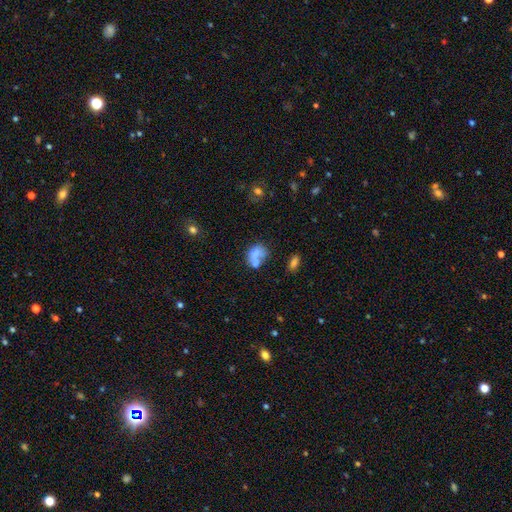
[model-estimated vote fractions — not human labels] smooth_or_featured: smooth (p=0.64) [alt: featured or disk p=0.24]
how_rounded: in between (p=0.64) [alt: round p=0.34]
merging: none (p=0.32) [alt: merger p=0.29]